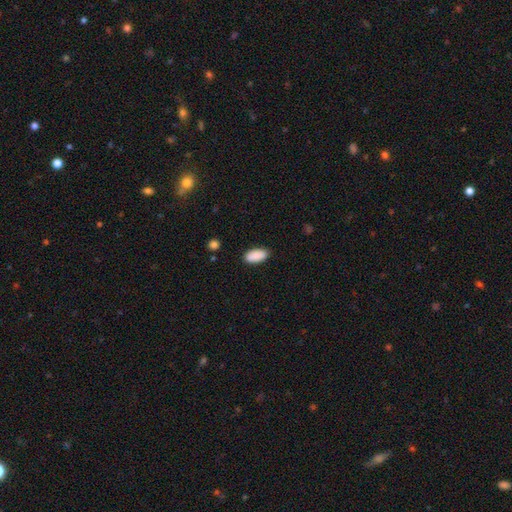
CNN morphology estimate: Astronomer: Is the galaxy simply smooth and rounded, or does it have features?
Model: smooth — 90%.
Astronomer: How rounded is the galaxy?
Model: in between — 93%.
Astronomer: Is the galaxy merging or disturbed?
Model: none — 85%.